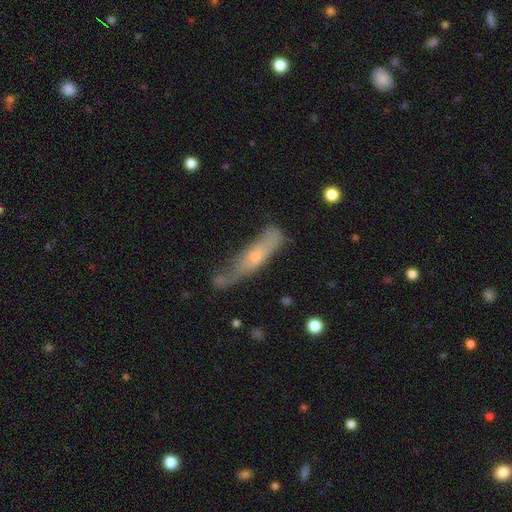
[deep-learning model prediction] A smooth galaxy with no disk features (48%). Merging: none (42%).